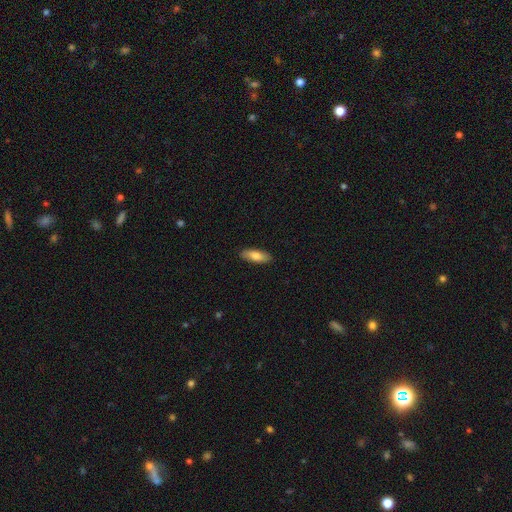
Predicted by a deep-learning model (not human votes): A smooth galaxy with no disk features (77%) that is in between round and cigar-shaped (69%). Merging: none (88%).